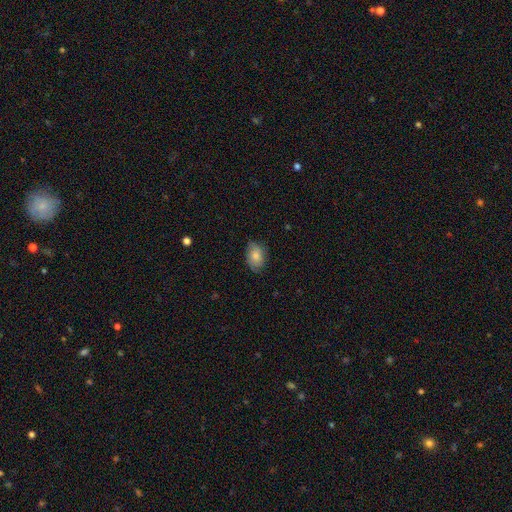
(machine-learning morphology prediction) Overall: smooth (73%). How rounded: in between (83%). Merging: none (74%).